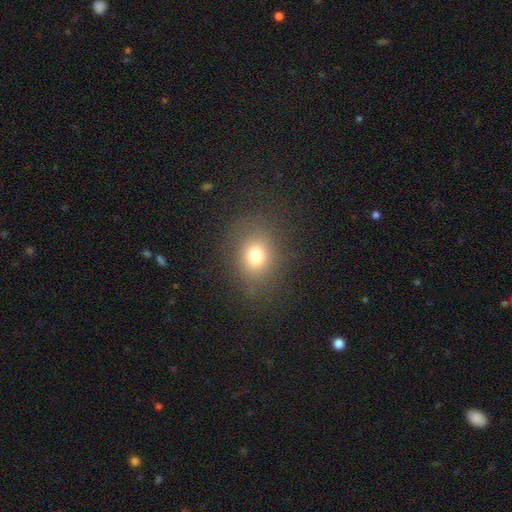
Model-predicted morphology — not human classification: This is likely a smooth galaxy (73%). How rounded: likely round (60%). Merging: clearly none (80%).